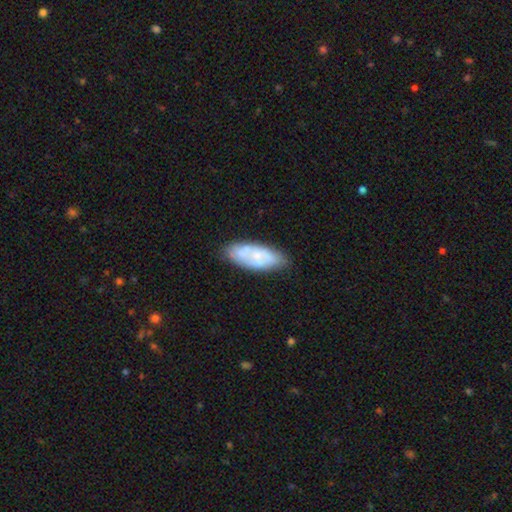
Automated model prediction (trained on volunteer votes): Smooth or featured? Predicted: featured or disk (p=0.47). Merging? Predicted: none (p=0.68).